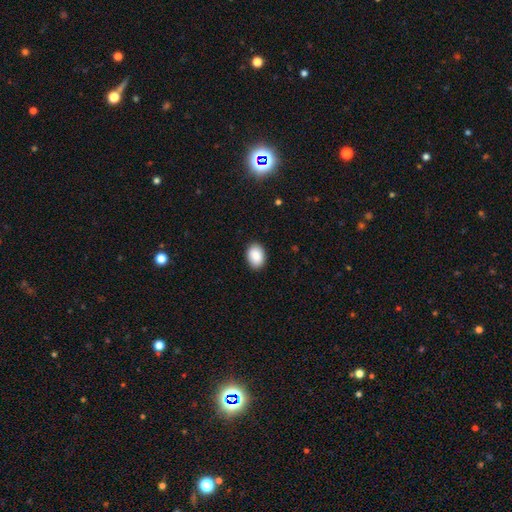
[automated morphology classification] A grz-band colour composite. It shows a smooth galaxy with no disk features (89%) that is in between round and cigar-shaped (78%). Merging: none (89%).